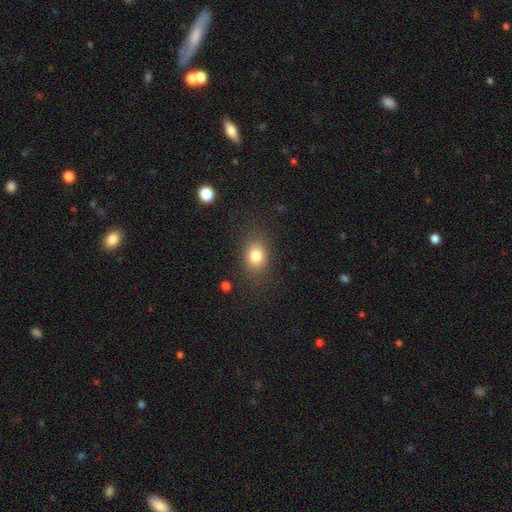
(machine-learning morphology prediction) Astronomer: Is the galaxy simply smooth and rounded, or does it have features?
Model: smooth — 80%.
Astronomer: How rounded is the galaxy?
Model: in between — 60% (runner-up: round, 39%).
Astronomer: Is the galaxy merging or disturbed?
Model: none — 81%.